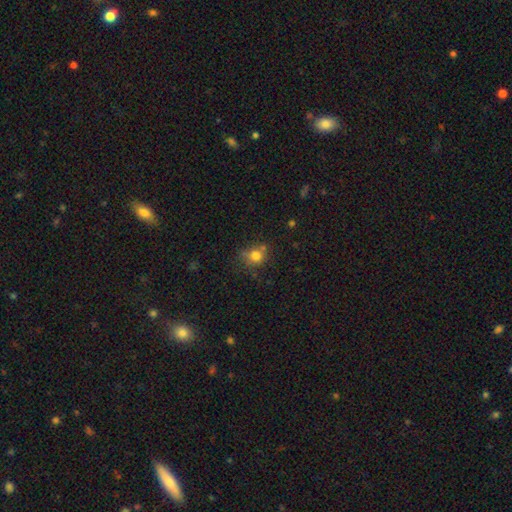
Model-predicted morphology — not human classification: Smooth or featured?
  - smooth: 77% *
  - star or artifact: 14%
  - featured or disk: 9%
How rounded?
  - round: 77% *
  - in between: 22%
  - cigar-shaped: 1%
Merging?
  - none: 65% *
  - minor disturbance: 19%
  - merger: 10%
  - major disturbance: 6%